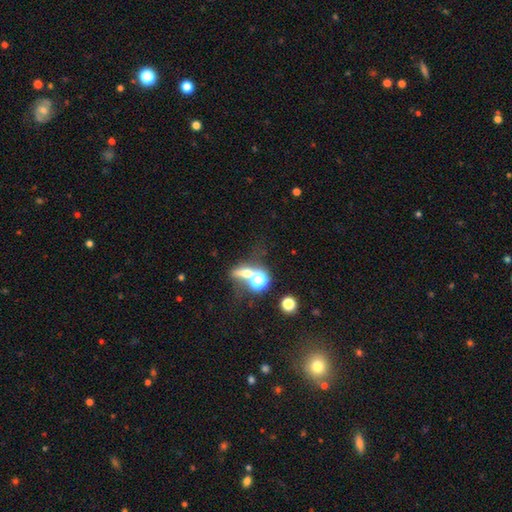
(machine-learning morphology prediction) smooth-or-featured: star or artifact: 39% | smooth: 36% | featured or disk: 26%